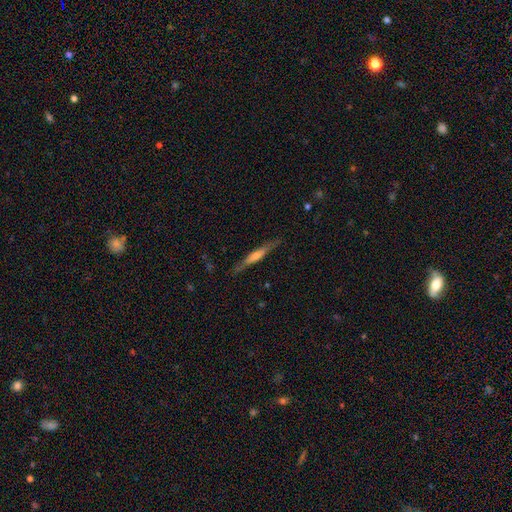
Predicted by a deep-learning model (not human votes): Smooth or featured?
  - featured or disk: 60% *
  - smooth: 34%
  - star or artifact: 6%
Edge-on disk?
  - yes: 95% *
  - no: 5%
Edge-on bulge?
  - rounded: 47% *
  - boxy: 29%
  - none: 24%
Merging?
  - none: 85% *
  - minor disturbance: 11%
  - major disturbance: 2%
  - merger: 1%